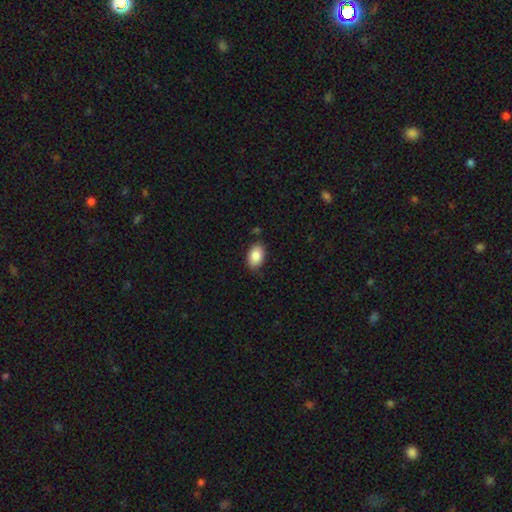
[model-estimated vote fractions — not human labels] Overall: smooth (86%). How rounded: in between (90%). Merging: none (82%).